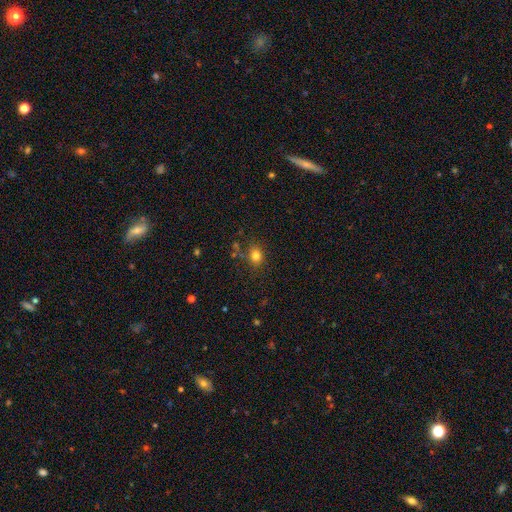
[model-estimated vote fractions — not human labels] Smooth or featured: smooth — 80% (star or artifact — 14%)
How rounded: round — 60% (in between — 39%)
Merging: none — 79% (minor disturbance — 12%)